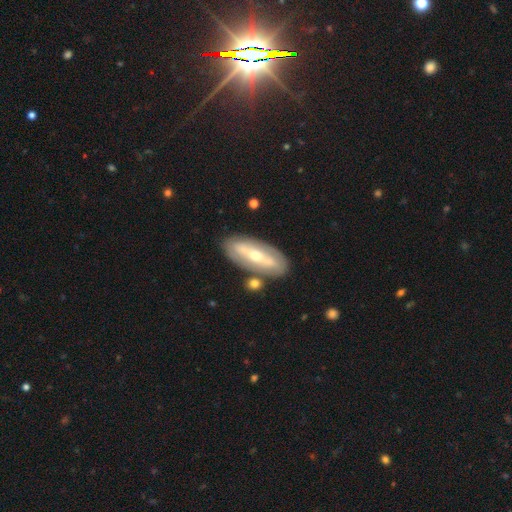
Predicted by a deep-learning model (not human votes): Smooth or featured? Predicted: featured or disk (p=0.68). Edge-on disk? Predicted: no (p=0.77). Bar? Predicted: strong (p=0.49). Spiral arms? Predicted: no (p=0.57). Bulge size? Predicted: moderate (p=0.55). Merging? Predicted: none (p=0.80).